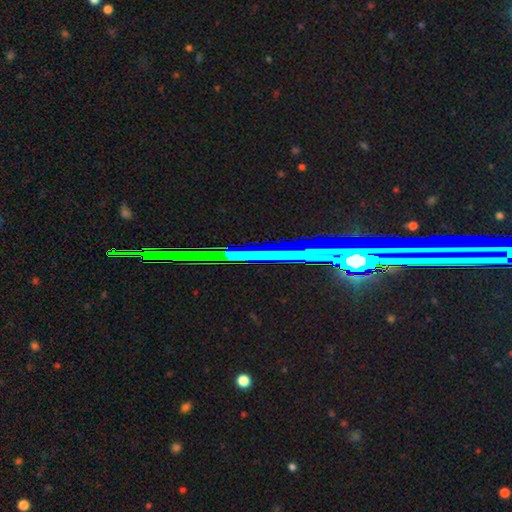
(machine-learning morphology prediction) star or artifact 63%, featured or disk 25%, smooth 12%.